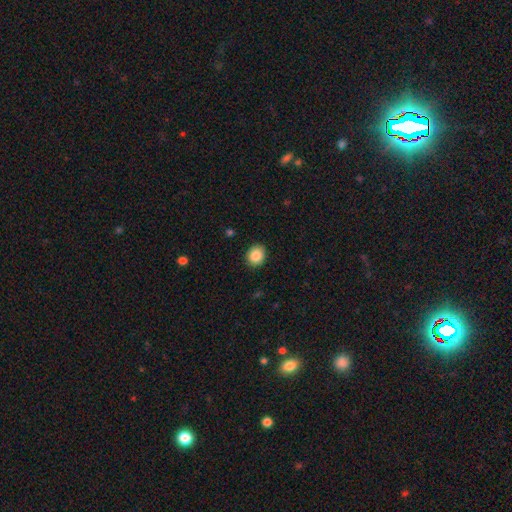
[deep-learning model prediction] smooth-or-featured: smooth: 87% | star or artifact: 9% | featured or disk: 4%
  how-rounded: round: 64% | in between: 35% | cigar-shaped: 1%
  merging: none: 89% | minor disturbance: 8% | major disturbance: 2% | merger: 1%